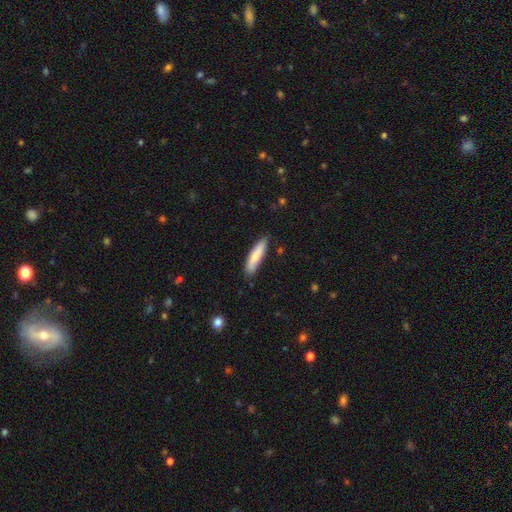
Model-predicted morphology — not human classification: Smooth or featured?
  - smooth: 74% *
  - featured or disk: 20%
  - star or artifact: 6%
How rounded?
  - cigar-shaped: 74% *
  - in between: 24%
  - round: 1%
Merging?
  - none: 82% *
  - minor disturbance: 14%
  - major disturbance: 2%
  - merger: 2%